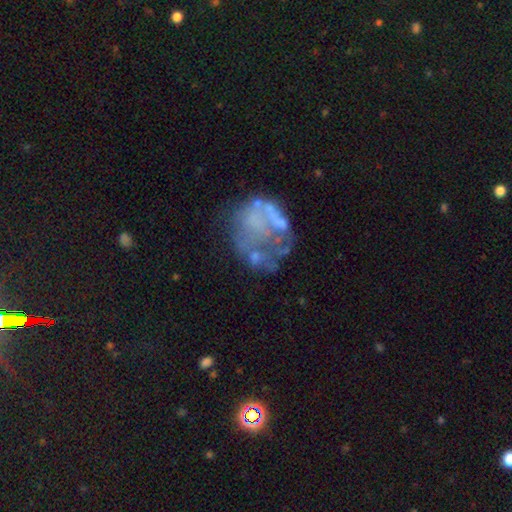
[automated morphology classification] smooth_or_featured: featured or disk (p=0.60) [alt: smooth p=0.26]
disk_edge_on: no (p=0.98) [alt: yes p=0.02]
bar: no (p=0.93) [alt: weak p=0.05]
has_spiral_arms: no (p=0.93) [alt: yes p=0.07]
bulge_size: none (p=0.80) [alt: moderate p=0.09]
merging: none (p=0.38) [alt: major disturbance p=0.30]